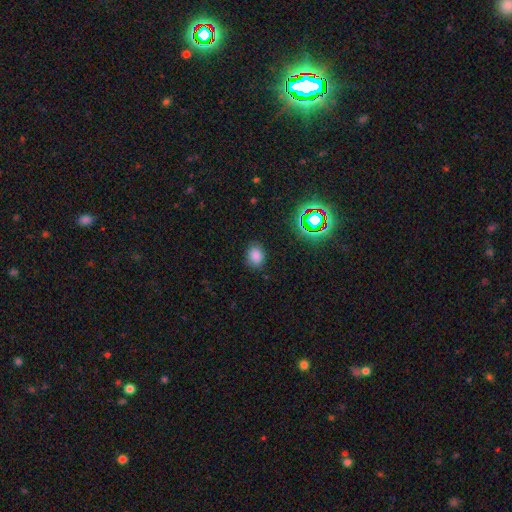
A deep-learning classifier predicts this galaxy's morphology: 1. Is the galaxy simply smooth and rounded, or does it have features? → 77% smooth, 17% star or artifact, 5% featured or disk.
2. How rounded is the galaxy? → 62% in between, 37% round, 1% cigar-shaped.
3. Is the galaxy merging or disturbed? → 84% none, 11% minor disturbance, 3% major disturbance, 1% merger.